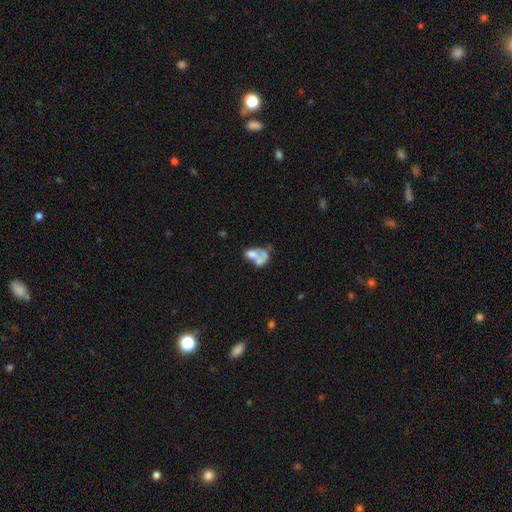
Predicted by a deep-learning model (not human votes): Smooth or featured?
  - smooth: 48% *
  - featured or disk: 41%
  - star or artifact: 11%
Merging?
  - merger: 56% *
  - major disturbance: 18%
  - none: 16%
  - minor disturbance: 10%